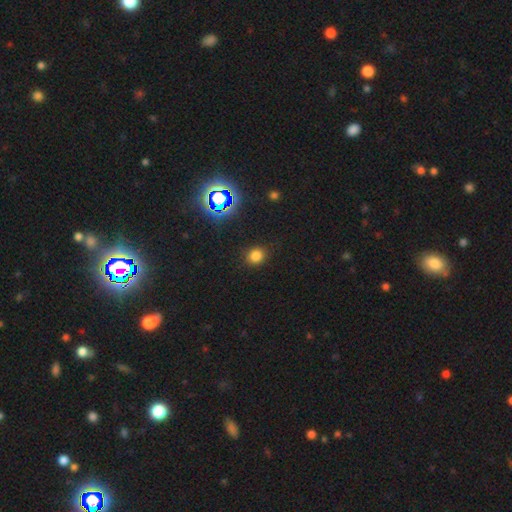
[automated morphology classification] Overall: smooth (74%). How rounded: round (80%). Merging: none (88%).